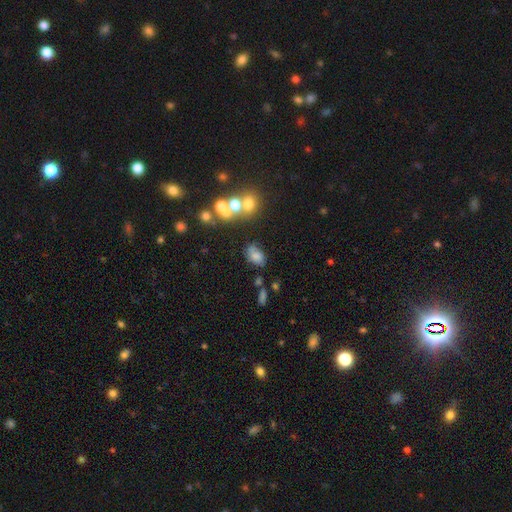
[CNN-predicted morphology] Smooth or featured? Predicted: smooth (p=0.68). How rounded? Predicted: in between (p=0.84). Merging? Predicted: none (p=0.56).